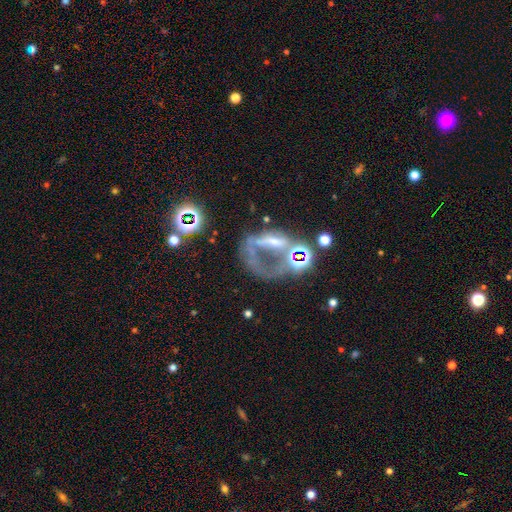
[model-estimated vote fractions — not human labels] Overall: featured or disk (62%). Edge-on disk: no (92%). Bar: no (69%). Spiral arms: no (58%; yes 42%). Bulge size: small (31%; moderate 29%). Merging: merger (39%; major disturbance 25%).